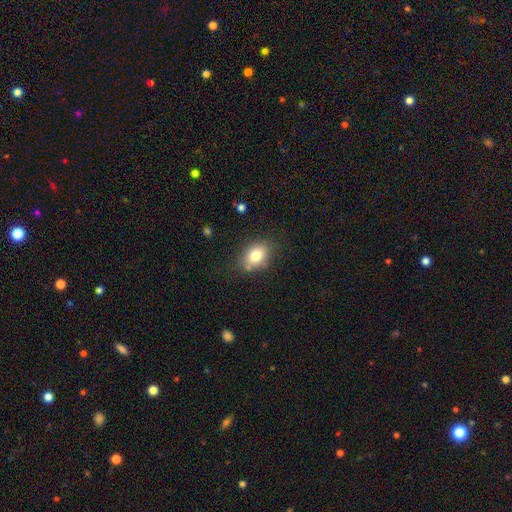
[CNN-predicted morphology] This is likely a smooth galaxy (78%). How rounded: likely in between (76%). Merging: likely none (79%).